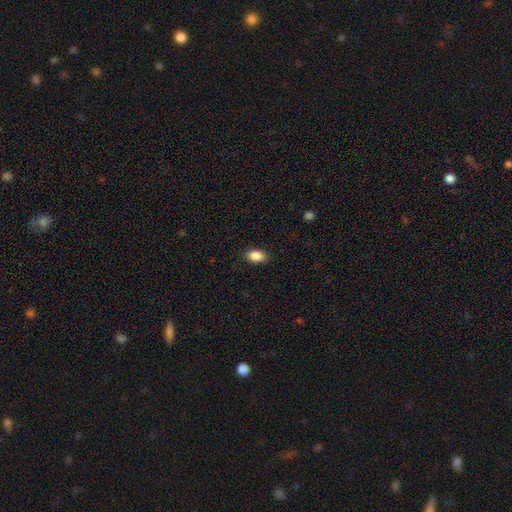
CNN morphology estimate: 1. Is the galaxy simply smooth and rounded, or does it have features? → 89% smooth, 8% star or artifact, 3% featured or disk.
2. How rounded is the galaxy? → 88% in between, 11% round, 2% cigar-shaped.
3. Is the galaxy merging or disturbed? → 88% none, 9% minor disturbance, 2% major disturbance, 1% merger.